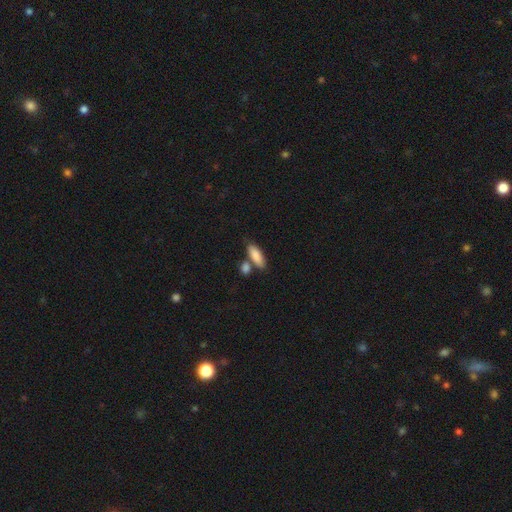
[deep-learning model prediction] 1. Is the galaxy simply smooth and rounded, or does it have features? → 85% smooth, 9% featured or disk, 6% star or artifact.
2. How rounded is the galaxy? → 69% in between, 27% cigar-shaped, 3% round.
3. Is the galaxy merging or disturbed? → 59% none, 24% merger, 13% minor disturbance, 4% major disturbance.